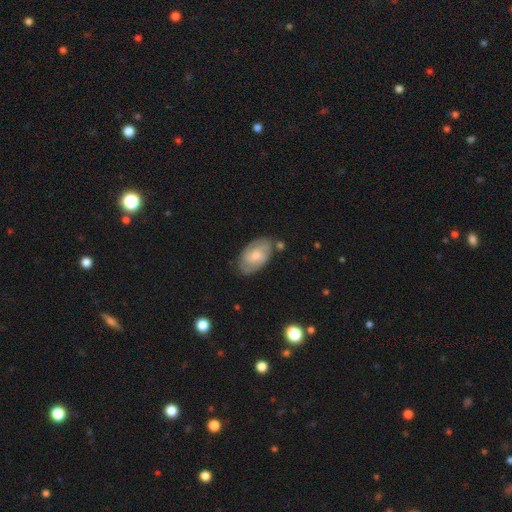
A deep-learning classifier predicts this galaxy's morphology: smooth-or-featured: featured or disk: 61% | smooth: 33% | star or artifact: 6%
  disk-edge-on: no: 96% | yes: 4%
    bar: no: 55% | weak: 40% | strong: 5%
    has-spiral-arms: yes: 87% | no: 13%
      spiral-winding: tight: 44% | medium: 42% | loose: 14%
      spiral-arm-count: 2: 58% | can't tell: 23% | 3: 11% | 1: 3% | 4: 3% | more than 4: 2%
    bulge-size: moderate: 51% | small: 33% | large: 8% | none: 6% | dominant: 1%
  merging: none: 73% | minor disturbance: 18% | major disturbance: 5% | merger: 4%